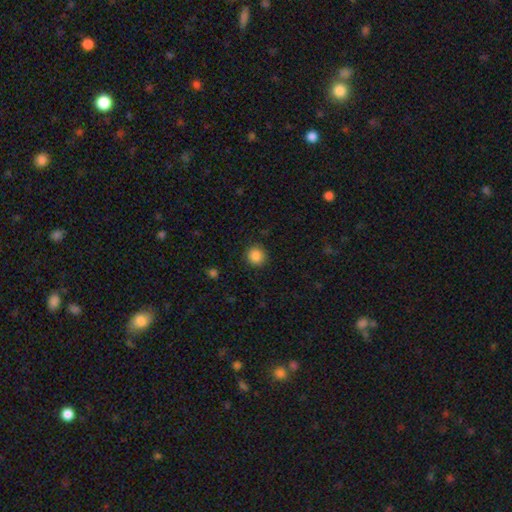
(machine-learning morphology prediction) The model was most divided on "smooth or featured": smooth: 87%, star or artifact: 10%, featured or disk: 3%. More confident: how rounded — round (93%); merging — none (91%).